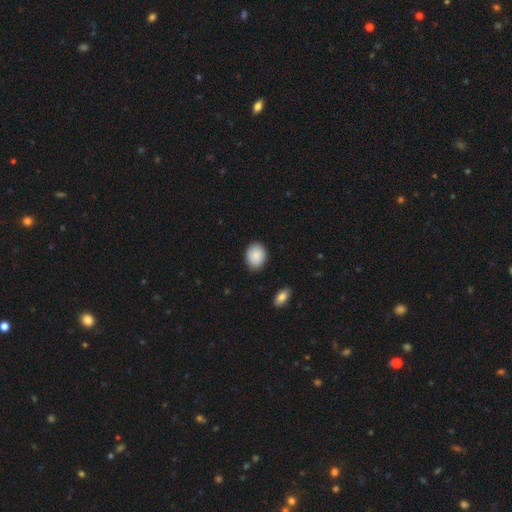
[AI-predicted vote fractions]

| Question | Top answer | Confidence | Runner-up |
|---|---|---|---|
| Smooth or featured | smooth | 89% | star or artifact (6%) |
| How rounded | in between | 57% | round (42%) |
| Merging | none | 86% | minor disturbance (11%) |